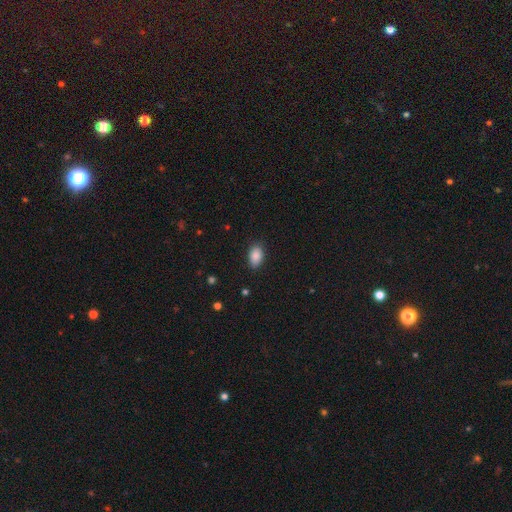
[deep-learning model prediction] A smooth galaxy with no disk features (88%) that is in between round and cigar-shaped (91%). Merging: none (85%).